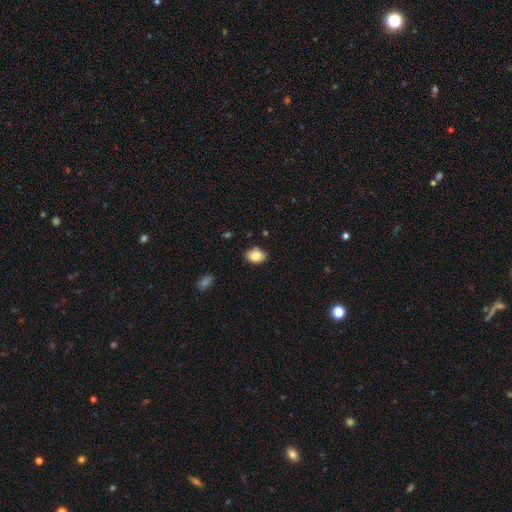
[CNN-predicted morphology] Smooth or featured? smooth (82%)
How rounded? in between (77%)
Merging? none (85%)